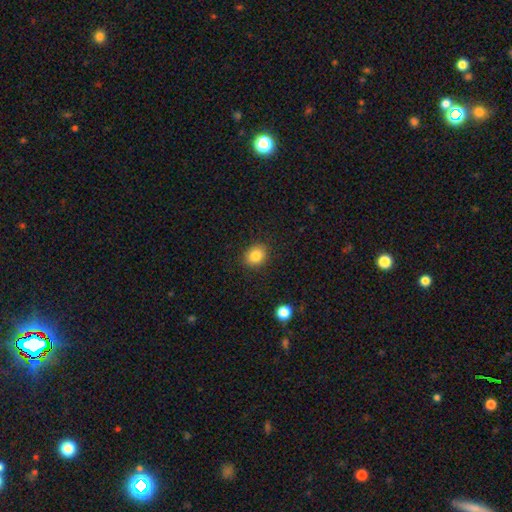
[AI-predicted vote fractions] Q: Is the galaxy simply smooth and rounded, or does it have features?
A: smooth — 84%.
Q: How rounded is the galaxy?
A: round — 60%.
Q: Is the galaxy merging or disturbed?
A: none — 89%.